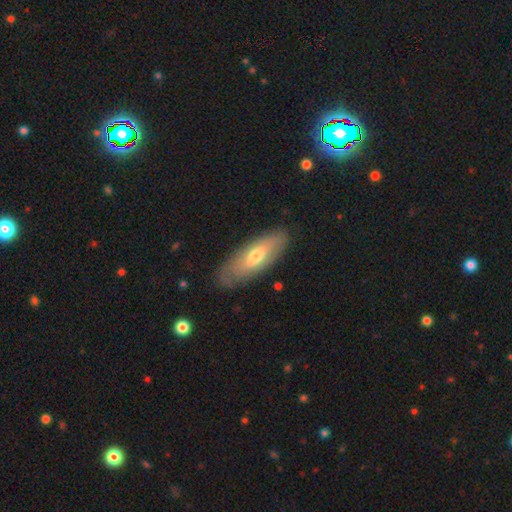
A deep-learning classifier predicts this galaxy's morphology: smooth-or-featured: smooth: 56% | featured or disk: 38% | star or artifact: 6%
  how-rounded: in between: 66% | cigar-shaped: 32% | round: 2%
  merging: none: 80% | minor disturbance: 15% | major disturbance: 4% | merger: 1%